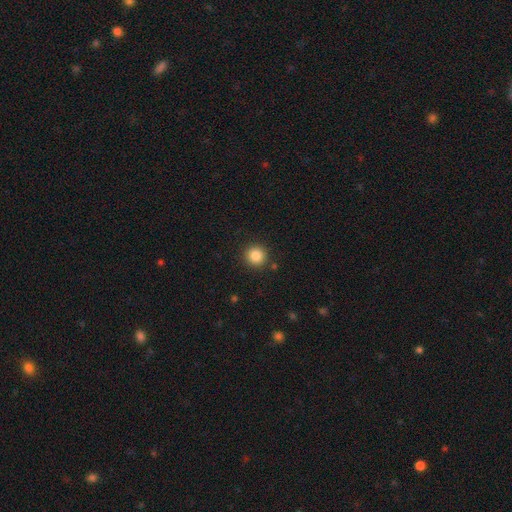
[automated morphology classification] Smooth or featured?
  - smooth: 85% *
  - star or artifact: 11%
  - featured or disk: 5%
How rounded?
  - round: 95% *
  - in between: 4%
  - cigar-shaped: 1%
Merging?
  - none: 90% *
  - minor disturbance: 6%
  - major disturbance: 2%
  - merger: 2%